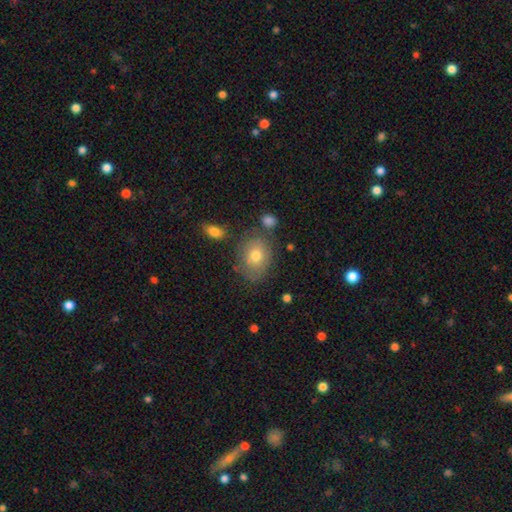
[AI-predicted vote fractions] This appears to be a smooth galaxy with no disk features (72%) that is in between round and cigar-shaped (58%). Merging: none (68%).